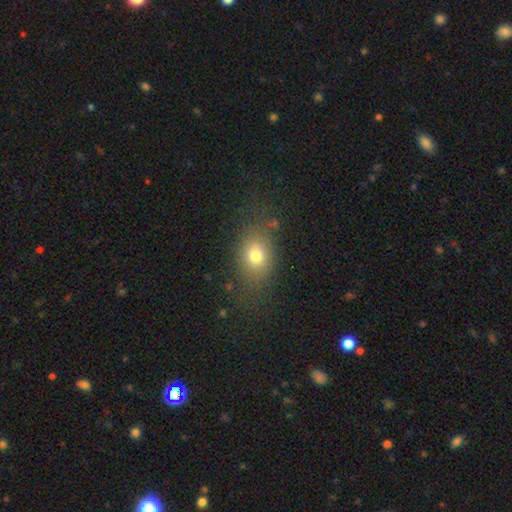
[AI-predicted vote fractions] This is likely a smooth galaxy (76%). How rounded: likely in between (63%). Merging: likely none (72%).